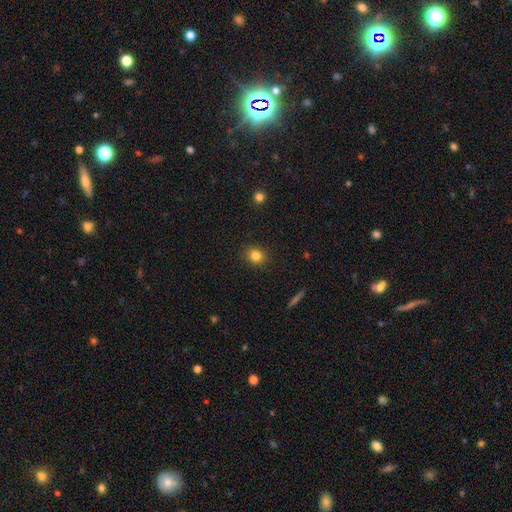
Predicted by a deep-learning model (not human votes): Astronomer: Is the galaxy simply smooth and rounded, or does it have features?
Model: smooth — 83%.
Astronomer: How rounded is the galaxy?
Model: round — 72%.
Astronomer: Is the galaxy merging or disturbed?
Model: none — 89%.